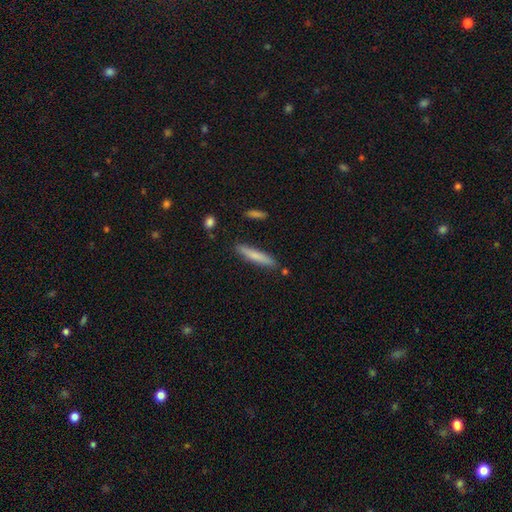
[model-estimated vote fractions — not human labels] smooth_or_featured: smooth (p=0.72) [alt: featured or disk p=0.21]
how_rounded: cigar-shaped (p=0.91) [alt: in between p=0.08]
merging: none (p=0.86) [alt: minor disturbance p=0.09]